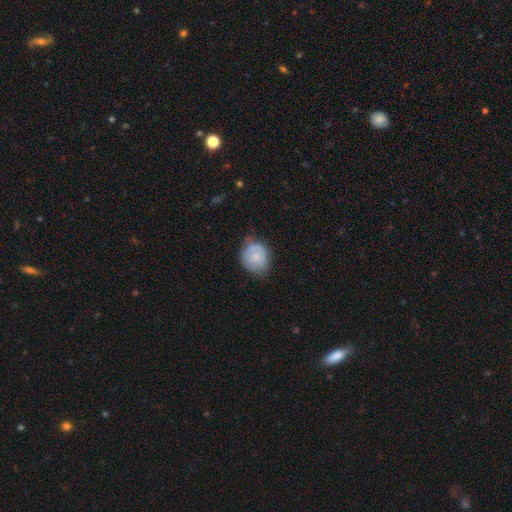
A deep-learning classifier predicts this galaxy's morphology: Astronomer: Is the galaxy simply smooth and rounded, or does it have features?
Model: smooth — 70%.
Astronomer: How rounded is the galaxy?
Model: round — 69%.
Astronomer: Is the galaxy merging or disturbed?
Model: none — 54% (runner-up: minor disturbance, 34%).